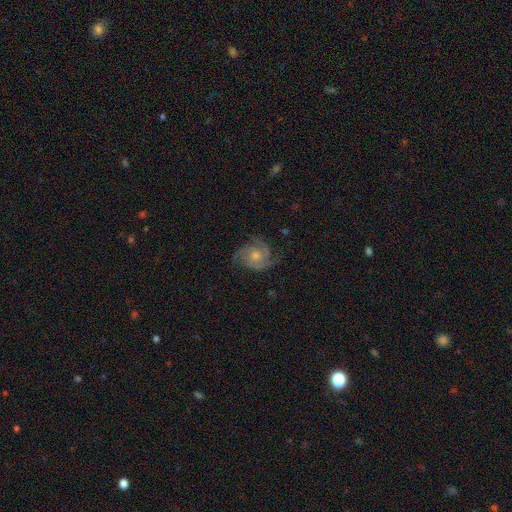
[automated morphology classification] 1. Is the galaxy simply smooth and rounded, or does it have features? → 86% featured or disk, 7% star or artifact, 7% smooth.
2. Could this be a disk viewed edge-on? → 98% no, 2% yes.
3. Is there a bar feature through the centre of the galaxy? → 77% no, 19% weak, 4% strong.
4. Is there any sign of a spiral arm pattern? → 98% yes, 2% no.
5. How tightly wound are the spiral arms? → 49% tight, 43% medium, 8% loose.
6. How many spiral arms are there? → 58% 3, 13% 4, 12% 2, 8% can't tell, 4% more than 4, 4% 1.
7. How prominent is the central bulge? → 58% moderate, 36% small, 3% large, 2% none, 1% dominant.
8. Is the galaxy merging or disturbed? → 75% none, 16% minor disturbance, 7% major disturbance, 1% merger.